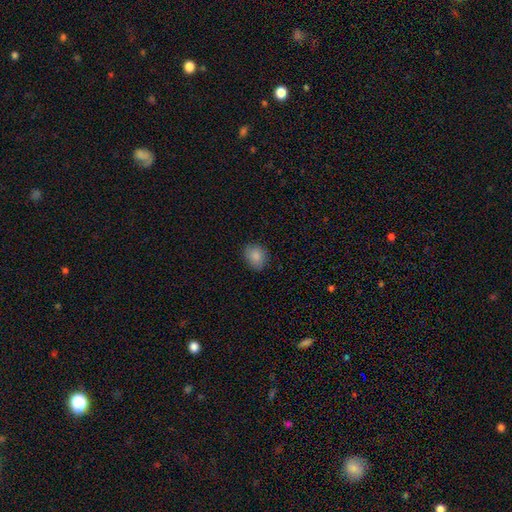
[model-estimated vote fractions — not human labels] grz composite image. It shows a smooth galaxy with no disk features (86%) that is round (57%). Merging: none (84%).